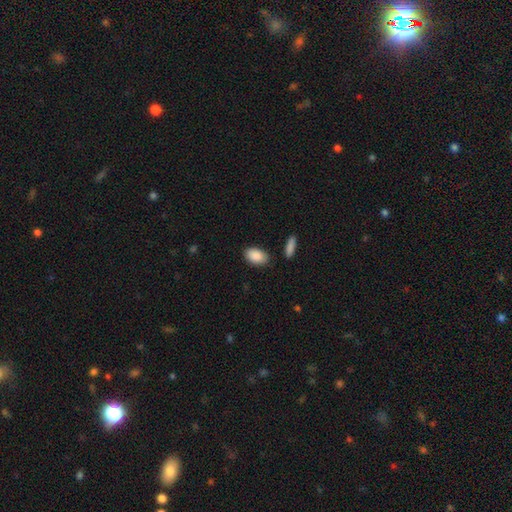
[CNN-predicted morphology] Smooth or featured?
  - smooth: 90% *
  - star or artifact: 6%
  - featured or disk: 4%
How rounded?
  - in between: 93% *
  - round: 5%
  - cigar-shaped: 2%
Merging?
  - none: 84% *
  - minor disturbance: 10%
  - merger: 3%
  - major disturbance: 2%